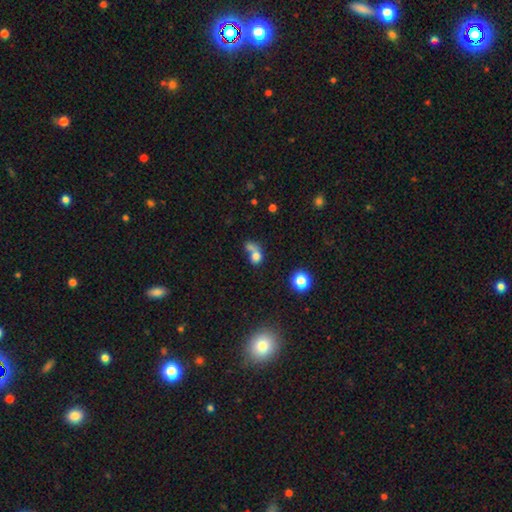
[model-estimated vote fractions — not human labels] A smooth galaxy with no disk features (71%) that is round (56%).

Vote fractions:
- Smooth or featured? smooth: 71% / featured or disk: 15% / star or artifact: 14%
- How rounded? round: 56% / in between: 41% / cigar-shaped: 2%
- Merging? merger: 57% / none: 23% / major disturbance: 12% / minor disturbance: 8%